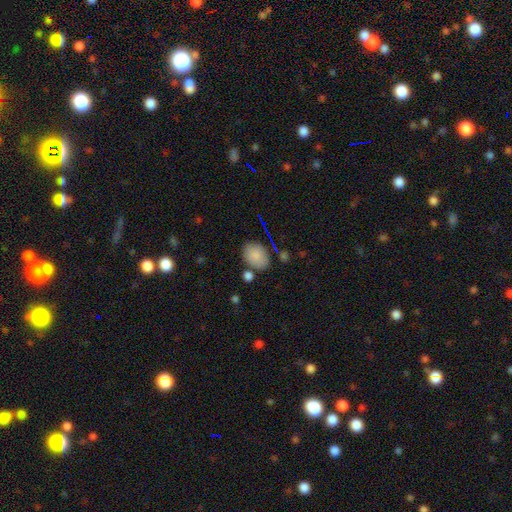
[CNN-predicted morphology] A smooth galaxy with no disk features (84%) that is in between round and cigar-shaped (76%).

Vote fractions:
- Smooth or featured? smooth: 84% / star or artifact: 8% / featured or disk: 8%
- How rounded? in between: 76% / round: 23% / cigar-shaped: 1%
- Merging? none: 75% / minor disturbance: 15% / merger: 7% / major disturbance: 4%